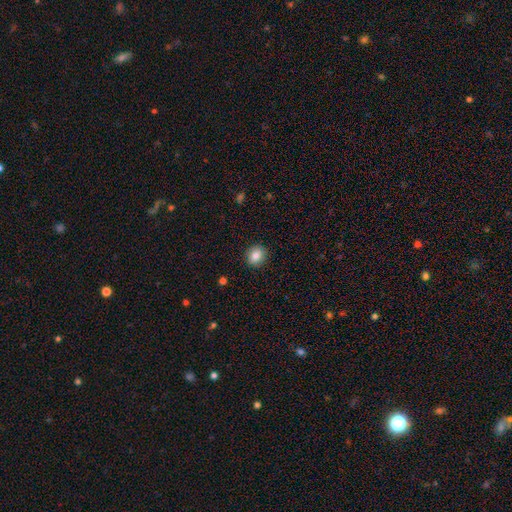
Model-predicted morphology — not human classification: Smooth or featured? Predicted: smooth (p=0.84). How rounded? Predicted: round (p=0.75). Merging? Predicted: none (p=0.90).